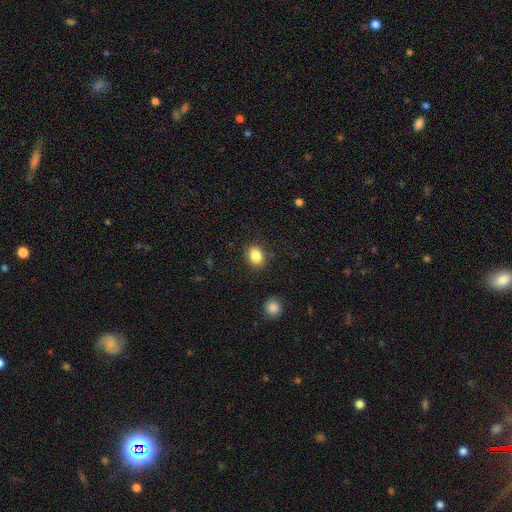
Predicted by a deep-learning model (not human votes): A smooth galaxy with no disk features (85%) that is in between round and cigar-shaped (54%). Merging: none (86%).